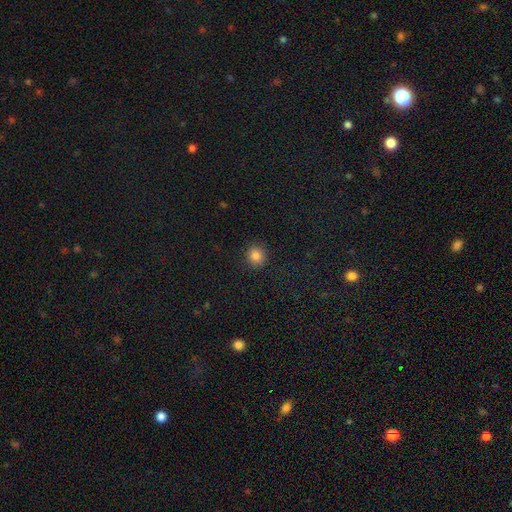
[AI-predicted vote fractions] Smooth or featured? smooth (84%)
How rounded? round (88%)
Merging? none (89%)